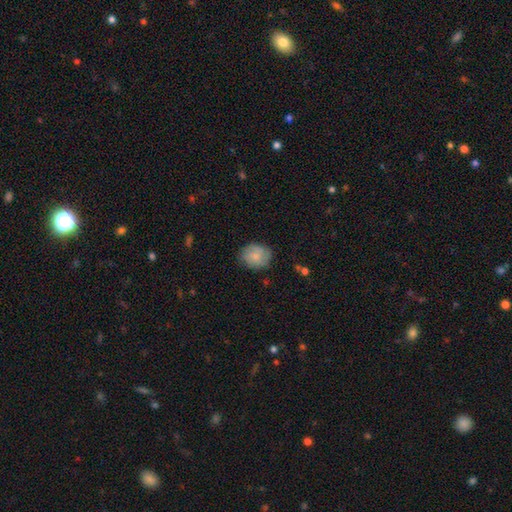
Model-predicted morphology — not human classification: A smooth galaxy with no disk features (71%) that is round (66%). Merging: none (74%).